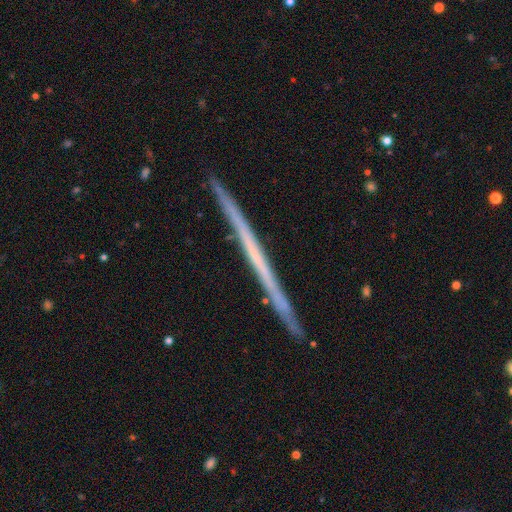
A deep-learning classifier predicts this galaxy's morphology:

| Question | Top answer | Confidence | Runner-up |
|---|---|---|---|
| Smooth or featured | featured or disk | 68% | smooth (27%) |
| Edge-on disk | yes | 98% | no (2%) |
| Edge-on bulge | none | 91% | rounded (6%) |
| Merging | none | 91% | minor disturbance (6%) |